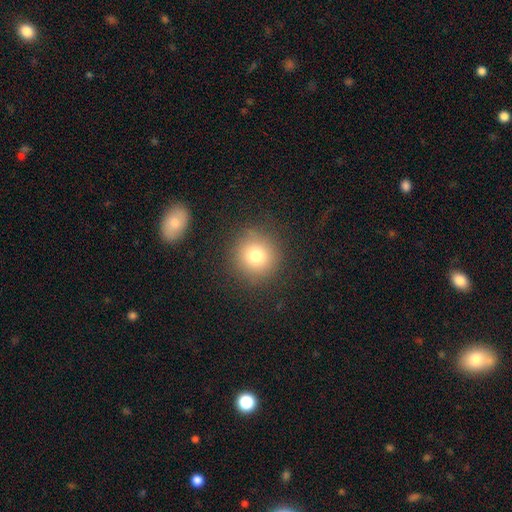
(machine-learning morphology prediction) Smooth or featured: smooth — 77% (star or artifact — 14%)
How rounded: round — 94% (in between — 5%)
Merging: none — 88% (minor disturbance — 7%)